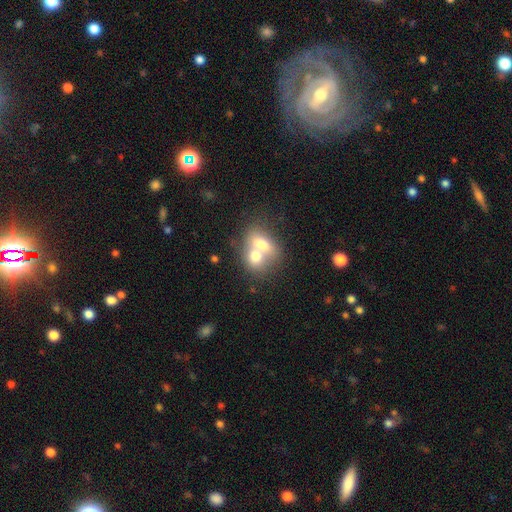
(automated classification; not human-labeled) A smooth galaxy with no disk features (67%) that is in between round and cigar-shaped (58%).

Vote fractions:
- Smooth or featured? smooth: 67% / featured or disk: 24% / star or artifact: 8%
- How rounded? in between: 58% / round: 40% / cigar-shaped: 2%
- Merging? merger: 74% / none: 18% / minor disturbance: 5% / major disturbance: 3%